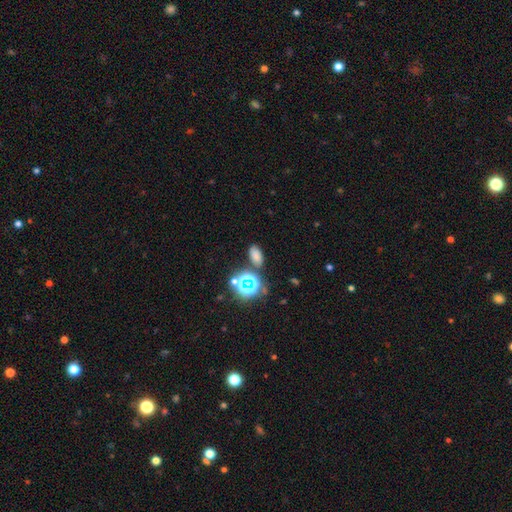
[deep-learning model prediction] Smooth or featured?
  - smooth: 67% *
  - star or artifact: 26%
  - featured or disk: 7%
How rounded?
  - in between: 86% *
  - round: 12%
  - cigar-shaped: 3%
Merging?
  - none: 78% *
  - minor disturbance: 12%
  - merger: 6%
  - major disturbance: 4%